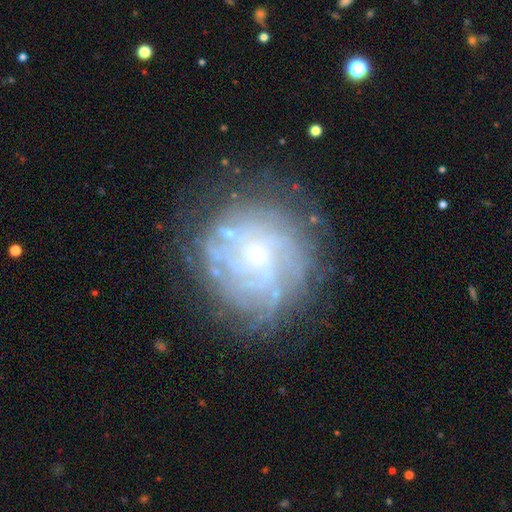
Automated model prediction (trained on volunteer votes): smooth_or_featured: featured or disk (p=0.72) [alt: smooth p=0.18]
disk_edge_on: no (p=0.97) [alt: yes p=0.03]
bar: no (p=0.71) [alt: weak p=0.24]
has_spiral_arms: yes (p=0.74) [alt: no p=0.26]
spiral_winding: tight (p=0.63) [alt: medium p=0.25]
spiral_arm_count: can't tell (p=0.52) [alt: more than 4 p=0.14]
bulge_size: small (p=0.63) [alt: moderate p=0.26]
merging: none (p=0.71) [alt: minor disturbance p=0.16]